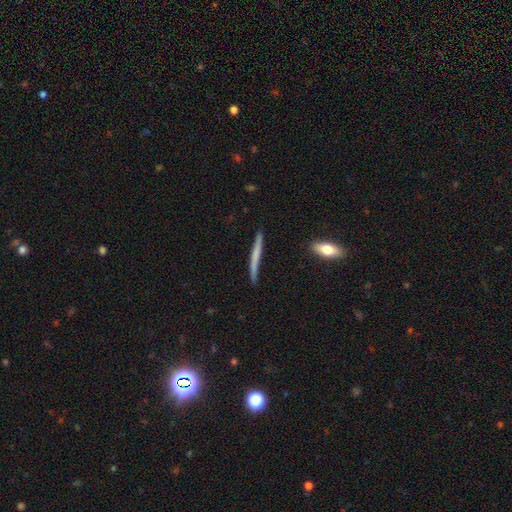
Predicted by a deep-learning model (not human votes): A smooth galaxy with no disk features (52%) that is cigar-shaped (96%). Merging: none (86%).